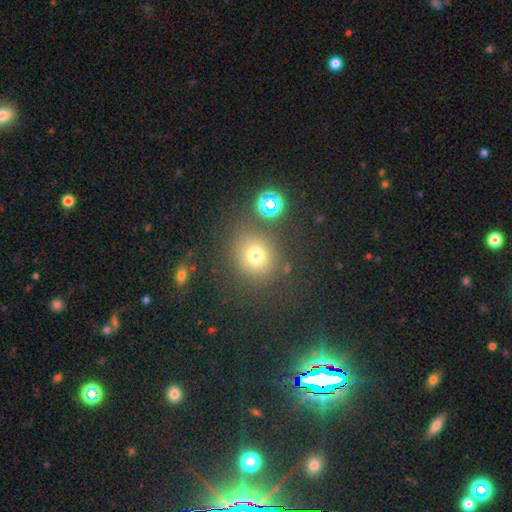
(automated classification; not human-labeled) A smooth galaxy with no disk features (72%) that is round (85%). Merging: none (79%).